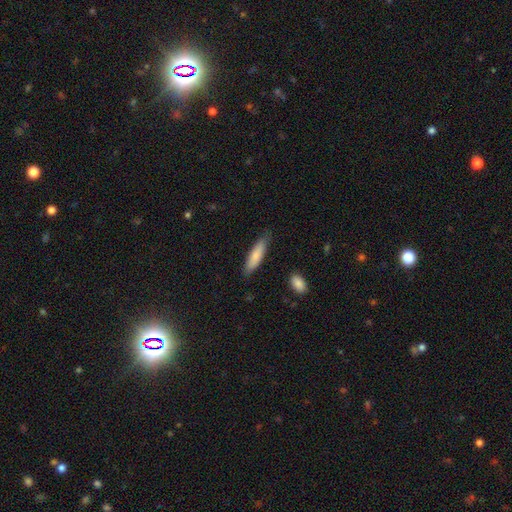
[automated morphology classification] Smooth or featured?
  - smooth: 81% *
  - featured or disk: 13%
  - star or artifact: 6%
How rounded?
  - cigar-shaped: 70% *
  - in between: 29%
  - round: 1%
Merging?
  - none: 81% *
  - minor disturbance: 14%
  - major disturbance: 2%
  - merger: 2%